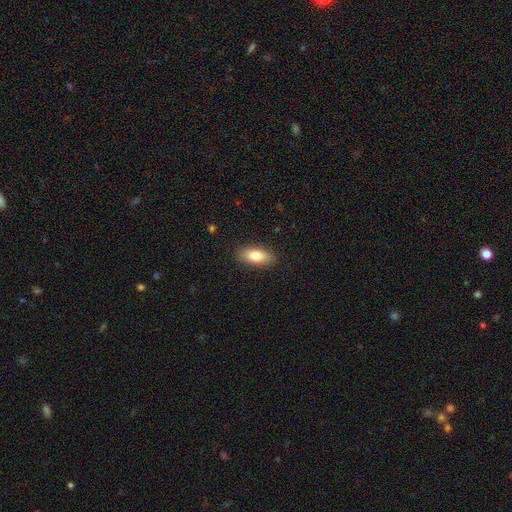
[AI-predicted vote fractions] smooth_or_featured: smooth (p=0.80) [alt: featured or disk p=0.13]
how_rounded: in between (p=0.82) [alt: cigar-shaped p=0.14]
merging: none (p=0.88) [alt: minor disturbance p=0.09]